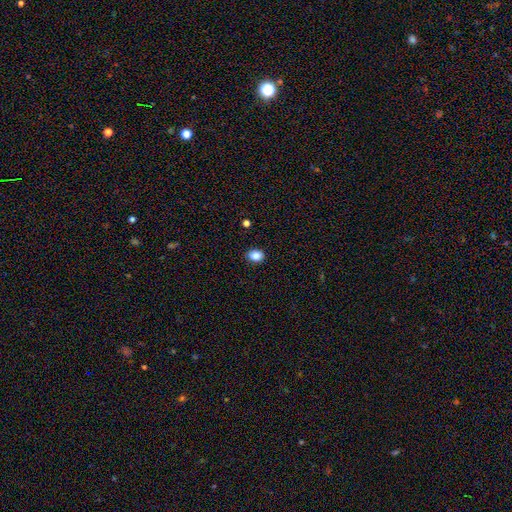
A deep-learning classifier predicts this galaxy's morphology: smooth-or-featured: smooth: 86% | star or artifact: 10% | featured or disk: 4%
  how-rounded: in between: 66% | round: 32% | cigar-shaped: 1%
  merging: none: 88% | minor disturbance: 9% | major disturbance: 2% | merger: 1%